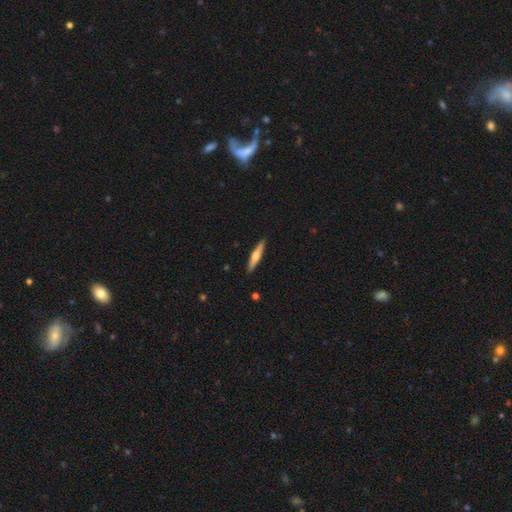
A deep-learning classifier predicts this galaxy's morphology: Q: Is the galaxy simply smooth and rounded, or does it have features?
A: featured or disk — 52%.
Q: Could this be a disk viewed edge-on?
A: yes — 96%.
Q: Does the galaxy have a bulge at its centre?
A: rounded — 88%.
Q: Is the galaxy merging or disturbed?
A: none — 91%.